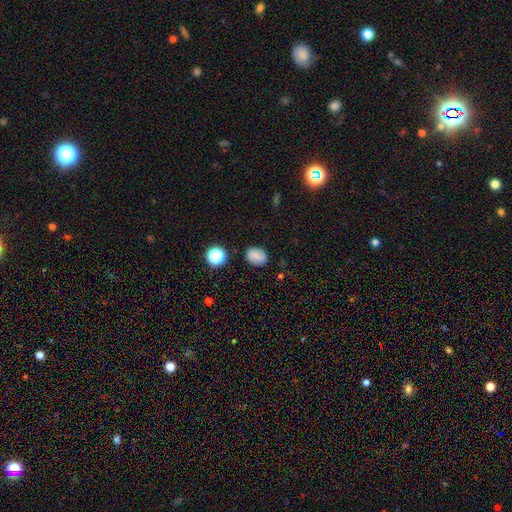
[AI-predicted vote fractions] Q: Smooth or featured?
A: smooth (77%); runner-up: featured or disk (11%)
Q: How rounded?
A: in between (58%); runner-up: round (41%)
Q: Merging?
A: none (83%); runner-up: minor disturbance (12%)